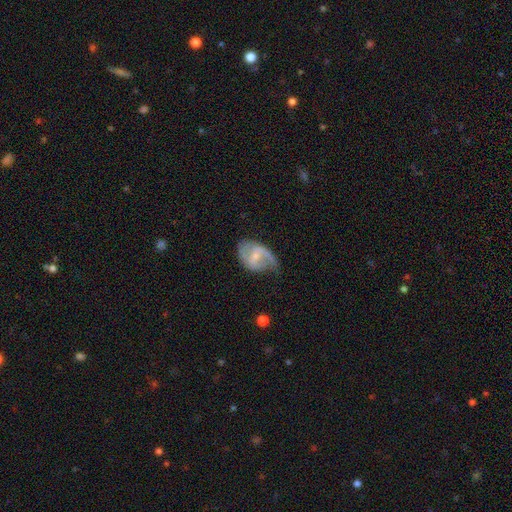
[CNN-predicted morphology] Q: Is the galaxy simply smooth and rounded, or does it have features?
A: featured or disk — 73%.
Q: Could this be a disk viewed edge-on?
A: no — 97%.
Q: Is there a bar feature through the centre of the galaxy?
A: weak — 53%.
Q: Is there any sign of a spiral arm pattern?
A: yes — 88%.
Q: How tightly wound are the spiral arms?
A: medium — 44%.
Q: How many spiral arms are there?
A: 2 — 71%.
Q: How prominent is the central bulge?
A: small — 56%.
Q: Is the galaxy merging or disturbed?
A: none — 47%.